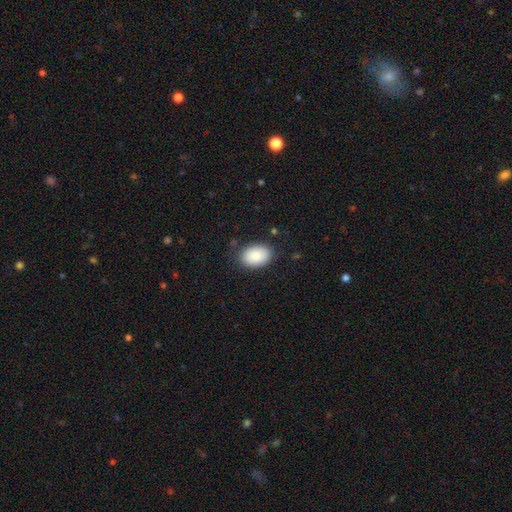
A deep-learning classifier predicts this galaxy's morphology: Smooth or featured: smooth — 87% (featured or disk — 7%)
How rounded: in between — 83% (round — 16%)
Merging: none — 85% (minor disturbance — 11%)